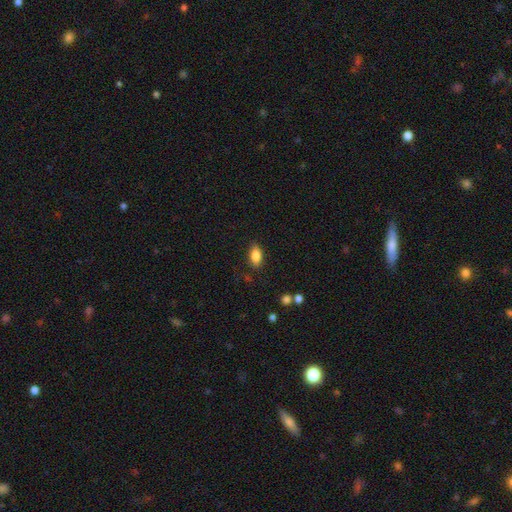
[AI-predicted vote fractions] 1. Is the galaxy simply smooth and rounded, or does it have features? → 85% smooth, 8% star or artifact, 7% featured or disk.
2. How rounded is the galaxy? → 89% in between, 6% round, 5% cigar-shaped.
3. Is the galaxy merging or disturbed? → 84% none, 12% minor disturbance, 3% major disturbance, 2% merger.